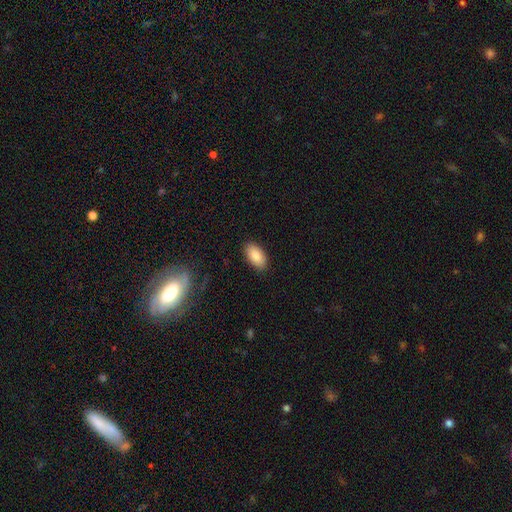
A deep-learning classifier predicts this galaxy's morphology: This is clearly a smooth galaxy (89%). How rounded: clearly in between (95%). Merging: clearly none (88%).